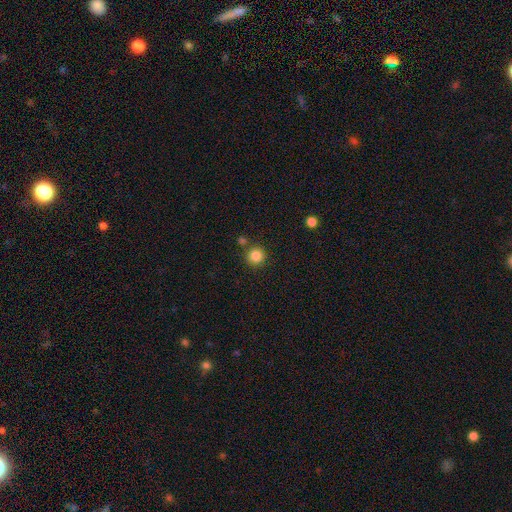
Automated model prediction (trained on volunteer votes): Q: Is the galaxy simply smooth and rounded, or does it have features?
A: smooth — 85%.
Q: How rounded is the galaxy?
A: round — 95%.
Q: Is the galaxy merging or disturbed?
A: none — 82%.